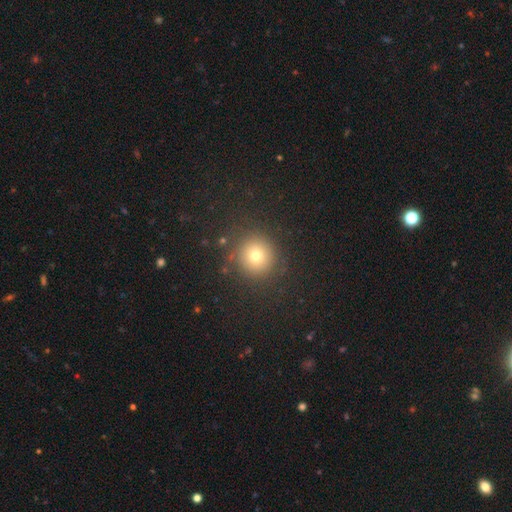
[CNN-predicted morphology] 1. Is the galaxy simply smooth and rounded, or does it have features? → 73% smooth, 18% star or artifact, 9% featured or disk.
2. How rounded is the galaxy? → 93% round, 6% in between, 1% cigar-shaped.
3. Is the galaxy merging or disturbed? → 88% none, 7% minor disturbance, 3% major disturbance, 1% merger.